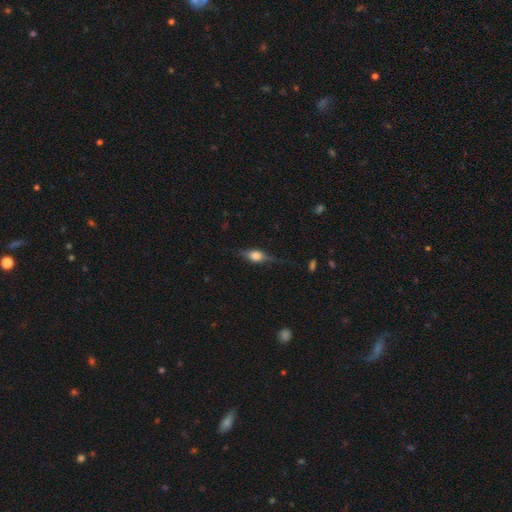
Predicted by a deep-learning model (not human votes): smooth_or_featured: featured or disk (p=0.60) [alt: smooth p=0.31]
disk_edge_on: yes (p=0.94) [alt: no p=0.06]
edge_on_bulge: rounded (p=0.91) [alt: boxy p=0.08]
merging: none (p=0.74) [alt: minor disturbance p=0.18]